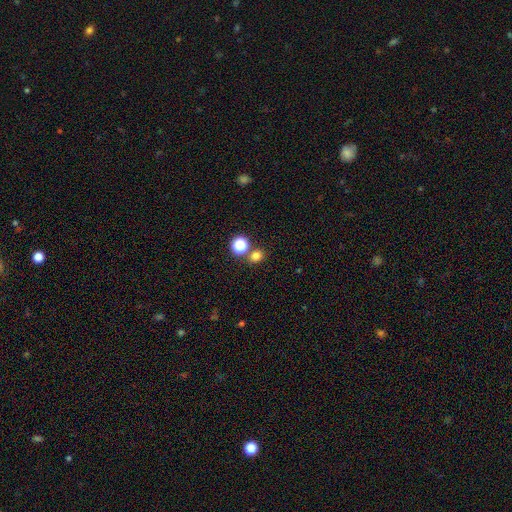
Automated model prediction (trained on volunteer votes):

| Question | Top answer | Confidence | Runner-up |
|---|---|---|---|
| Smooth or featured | smooth | 75% | star or artifact (19%) |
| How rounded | round | 70% | in between (29%) |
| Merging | none | 72% | merger (17%) |